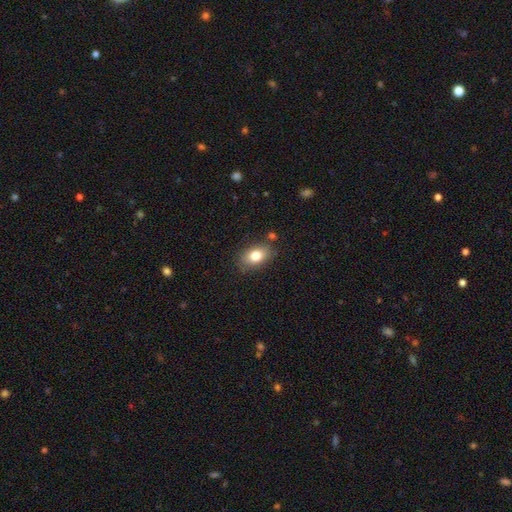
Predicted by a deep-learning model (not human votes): Morphology: type=smooth (80%); roundness=in between (85%); merging=none (79%).